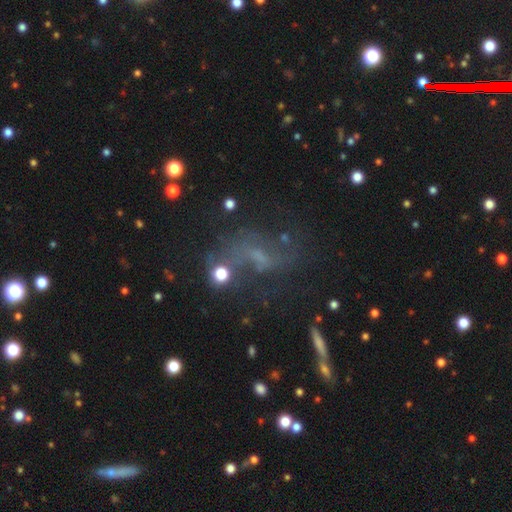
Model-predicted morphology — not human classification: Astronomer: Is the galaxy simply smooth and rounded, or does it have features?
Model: featured or disk — 37% (runner-up: smooth, 32%).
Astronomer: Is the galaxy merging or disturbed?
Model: none — 49%.